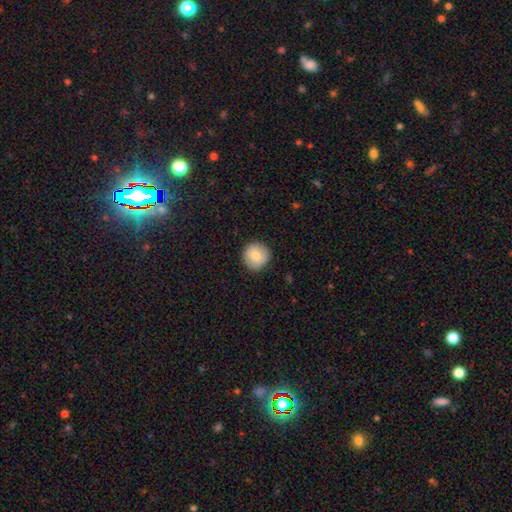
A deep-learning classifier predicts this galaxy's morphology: Smooth or featured? Predicted: smooth (p=0.80). How rounded? Predicted: round (p=0.94). Merging? Predicted: none (p=0.89).